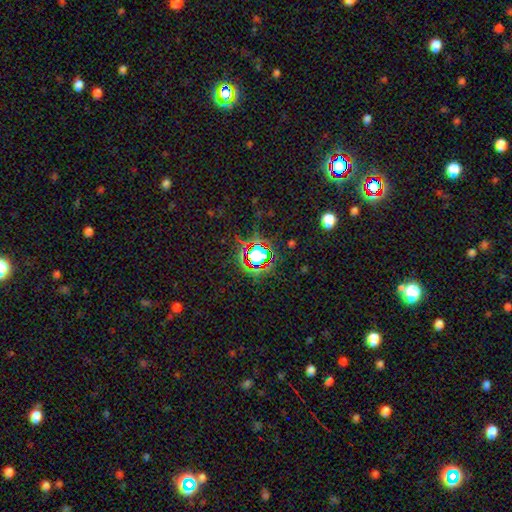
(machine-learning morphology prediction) star or artifact 68%, smooth 20%, featured or disk 11%.